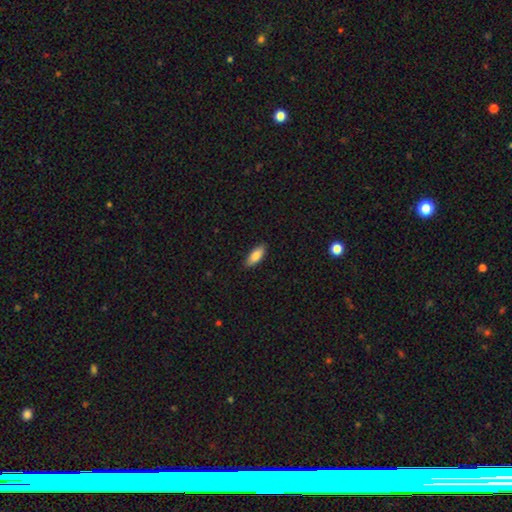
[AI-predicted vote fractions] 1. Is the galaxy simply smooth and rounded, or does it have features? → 85% smooth, 9% featured or disk, 6% star or artifact.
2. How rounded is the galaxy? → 78% in between, 20% cigar-shaped, 2% round.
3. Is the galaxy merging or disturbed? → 87% none, 10% minor disturbance, 2% major disturbance, 1% merger.